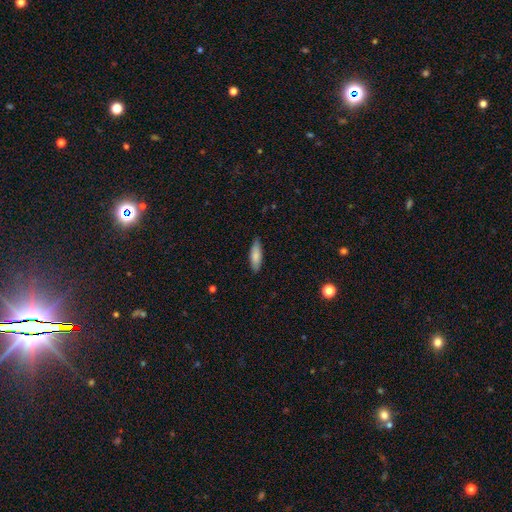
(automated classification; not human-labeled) Smooth or featured: smooth — 81% (featured or disk — 13%)
How rounded: cigar-shaped — 53% (in between — 45%)
Merging: none — 84% (minor disturbance — 13%)